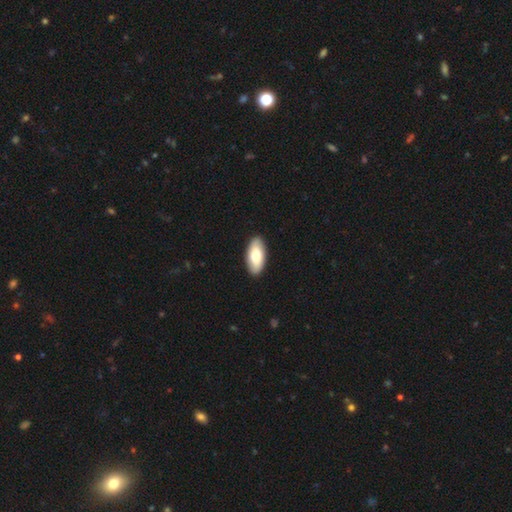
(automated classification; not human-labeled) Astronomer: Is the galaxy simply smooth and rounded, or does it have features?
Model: smooth — 77%.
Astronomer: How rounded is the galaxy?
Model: in between — 91%.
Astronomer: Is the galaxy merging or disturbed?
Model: none — 90%.